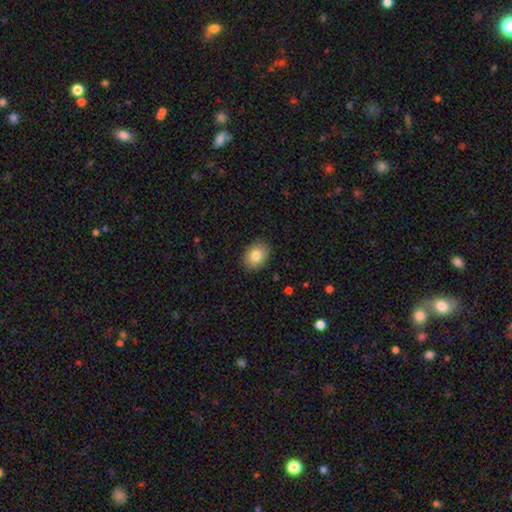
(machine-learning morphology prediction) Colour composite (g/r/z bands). It shows a smooth galaxy with no disk features (82%) that is in between round and cigar-shaped (65%). Merging: none (88%).